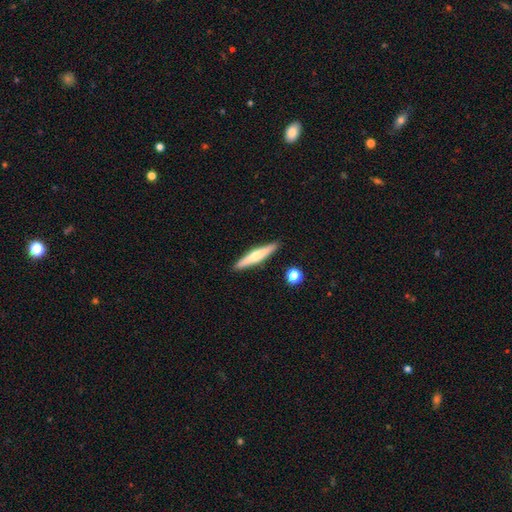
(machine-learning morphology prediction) This appears to be a smooth galaxy with no disk features (51%) that is cigar-shaped (91%). Merging: none (90%).